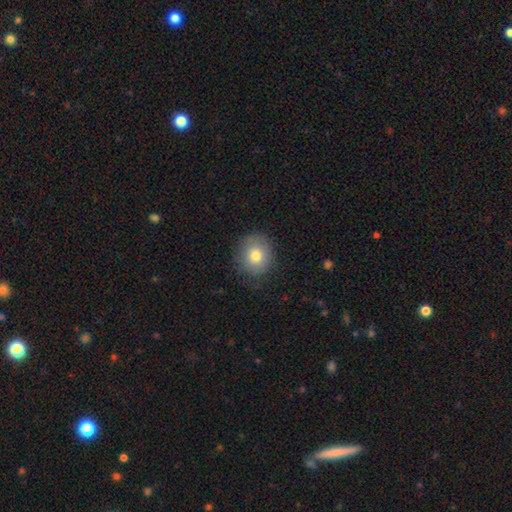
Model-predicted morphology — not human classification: Smooth or featured?
  - smooth: 77% *
  - featured or disk: 13%
  - star or artifact: 10%
How rounded?
  - round: 81% *
  - in between: 18%
  - cigar-shaped: 1%
Merging?
  - none: 81% *
  - minor disturbance: 14%
  - major disturbance: 4%
  - merger: 1%